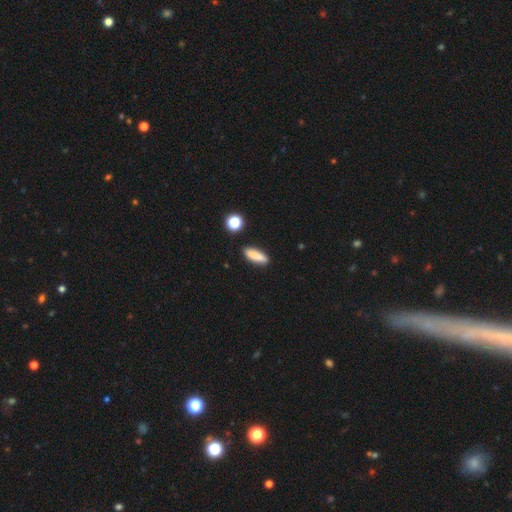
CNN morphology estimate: Smooth or featured: smooth — 84% (featured or disk — 8%)
How rounded: cigar-shaped — 51% (in between — 46%)
Merging: none — 84% (minor disturbance — 10%)